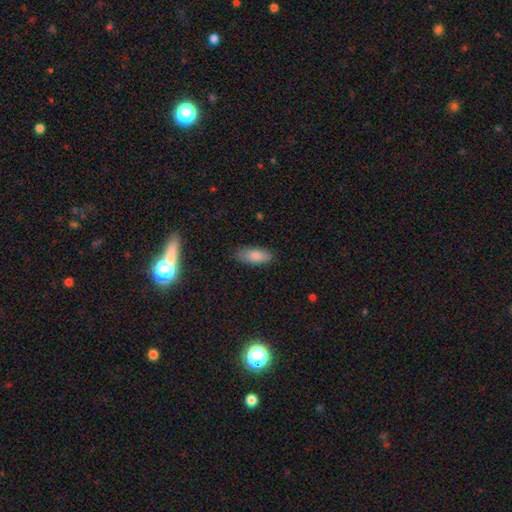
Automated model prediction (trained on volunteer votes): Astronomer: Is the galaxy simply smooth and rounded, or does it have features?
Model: smooth — 85%.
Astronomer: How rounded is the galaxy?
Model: in between — 82%.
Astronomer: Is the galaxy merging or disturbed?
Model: none — 83%.